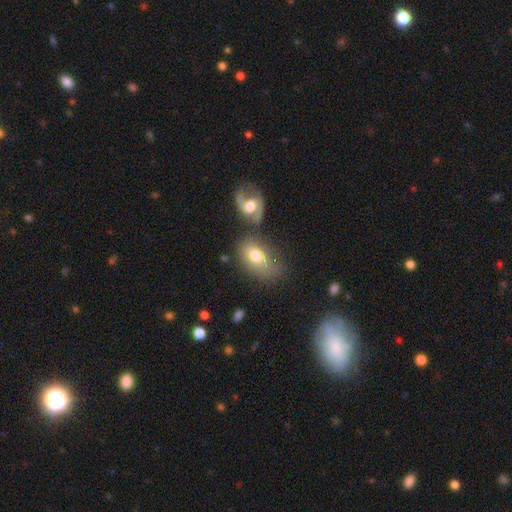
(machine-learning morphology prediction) Overall: smooth (68%). How rounded: in between (85%). Merging: none (46%; merger 22%).